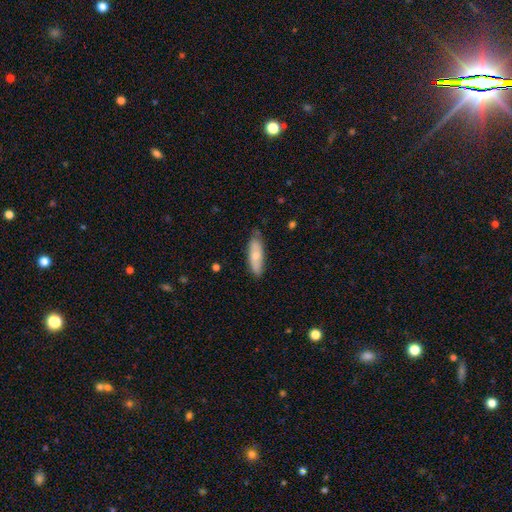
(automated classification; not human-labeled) A smooth galaxy with no disk features (67%) that is in between round and cigar-shaped (52%). Merging: none (76%).